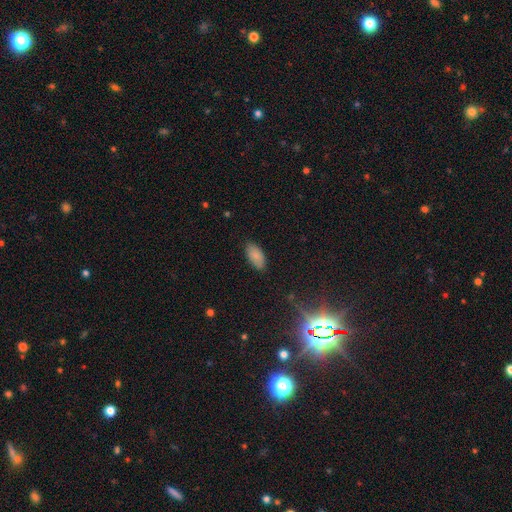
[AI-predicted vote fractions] Smooth or featured? Predicted: smooth (p=0.84). How rounded? Predicted: in between (p=0.94). Merging? Predicted: none (p=0.84).